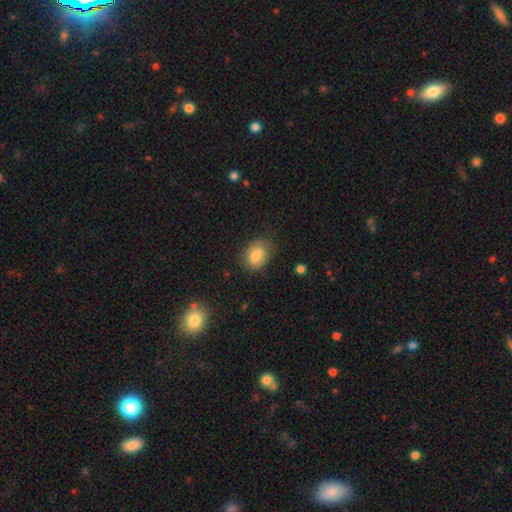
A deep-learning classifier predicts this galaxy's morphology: Smooth or featured?
  - smooth: 70% *
  - featured or disk: 22%
  - star or artifact: 8%
How rounded?
  - in between: 71% *
  - round: 28%
  - cigar-shaped: 1%
Merging?
  - none: 65% *
  - minor disturbance: 25%
  - major disturbance: 8%
  - merger: 2%